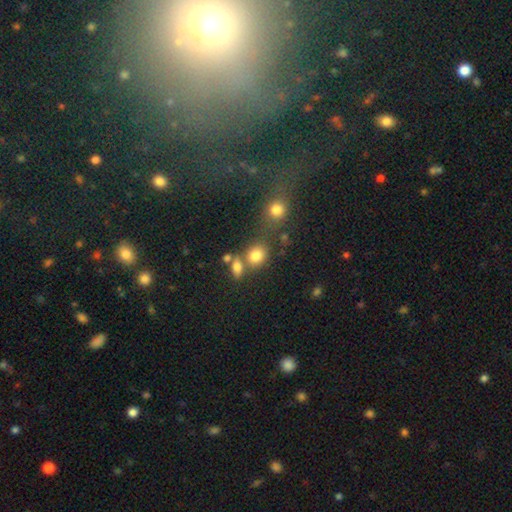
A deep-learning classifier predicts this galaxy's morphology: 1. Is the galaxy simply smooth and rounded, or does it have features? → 79% smooth, 14% star or artifact, 8% featured or disk.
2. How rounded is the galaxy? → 63% round, 35% in between, 2% cigar-shaped.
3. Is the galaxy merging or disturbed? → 55% none, 28% merger, 11% minor disturbance, 6% major disturbance.